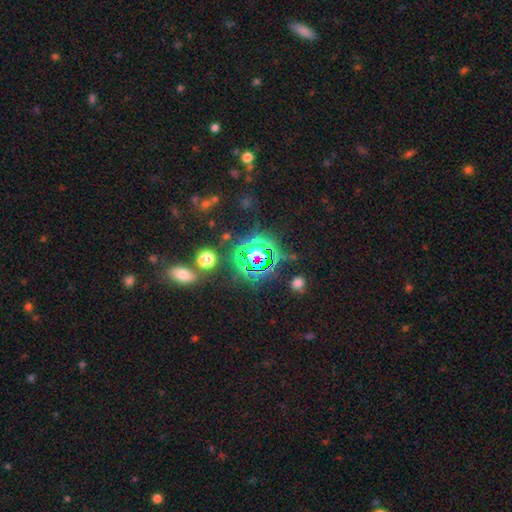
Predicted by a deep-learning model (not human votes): A star or artifact, not a galaxy (74%).

Vote fractions:
- Smooth or featured? star or artifact: 74% / smooth: 17% / featured or disk: 9%